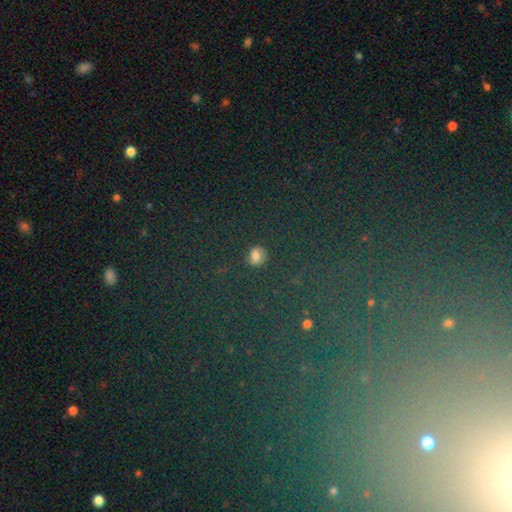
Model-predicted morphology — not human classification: A smooth galaxy with no disk features (64%) that is round (60%).

Vote fractions:
- Smooth or featured? smooth: 64% / star or artifact: 26% / featured or disk: 10%
- How rounded? round: 60% / in between: 38% / cigar-shaped: 2%
- Merging? none: 82% / minor disturbance: 12% / major disturbance: 4% / merger: 2%